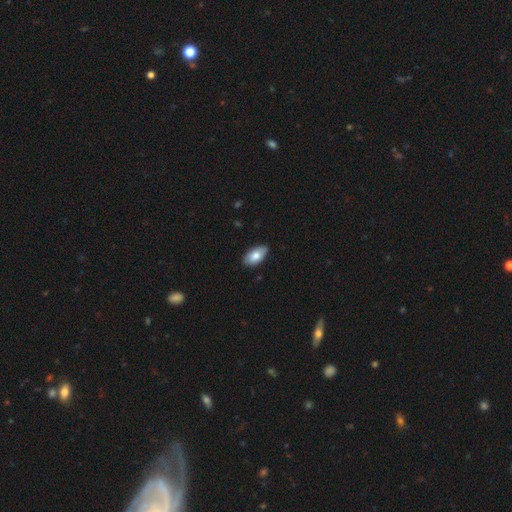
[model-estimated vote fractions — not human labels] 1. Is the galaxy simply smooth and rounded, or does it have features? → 80% smooth, 14% featured or disk, 6% star or artifact.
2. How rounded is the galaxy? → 95% in between, 3% round, 2% cigar-shaped.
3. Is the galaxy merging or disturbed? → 85% none, 12% minor disturbance, 2% major disturbance, 1% merger.